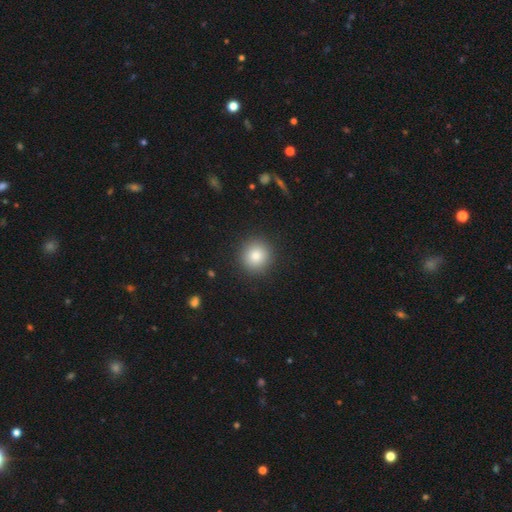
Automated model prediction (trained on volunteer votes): Overall: smooth (83%). How rounded: round (93%). Merging: none (91%).